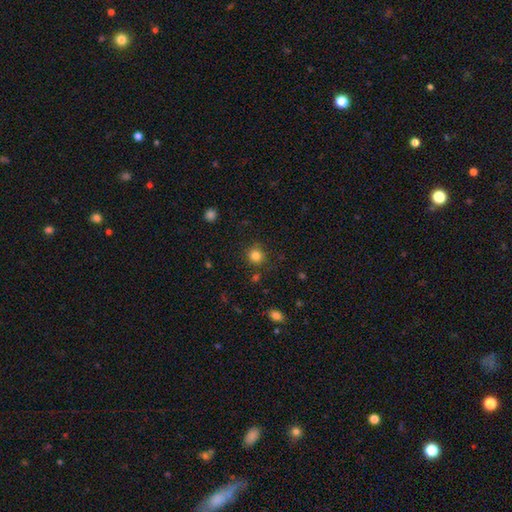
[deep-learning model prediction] Smooth or featured?
  - smooth: 83% *
  - star or artifact: 12%
  - featured or disk: 5%
How rounded?
  - round: 91% *
  - in between: 8%
  - cigar-shaped: 1%
Merging?
  - none: 84% *
  - minor disturbance: 10%
  - major disturbance: 3%
  - merger: 3%